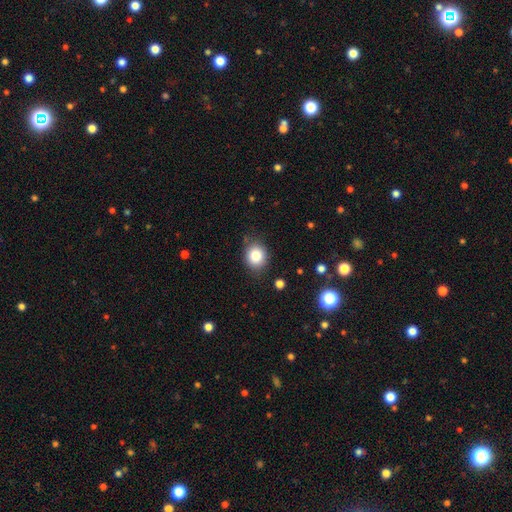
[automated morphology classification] The model was most divided on "how rounded": round: 68%, in between: 31%, cigar-shaped: 1%. More confident: smooth or featured — smooth (83%); merging — none (80%).